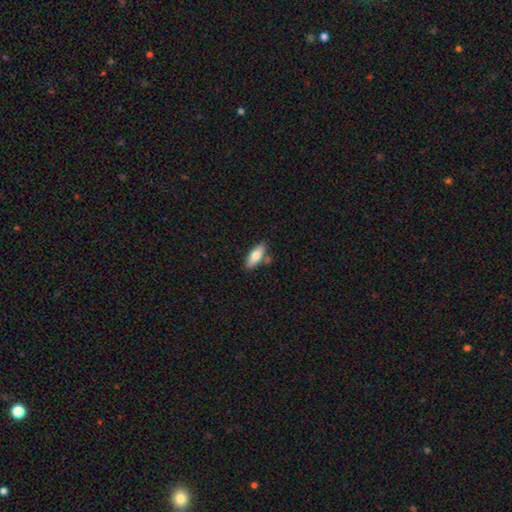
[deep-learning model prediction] smooth 76%, featured or disk 18%, star or artifact 6%. Down the decision tree: how rounded — in between (74%); merging — none (74%).